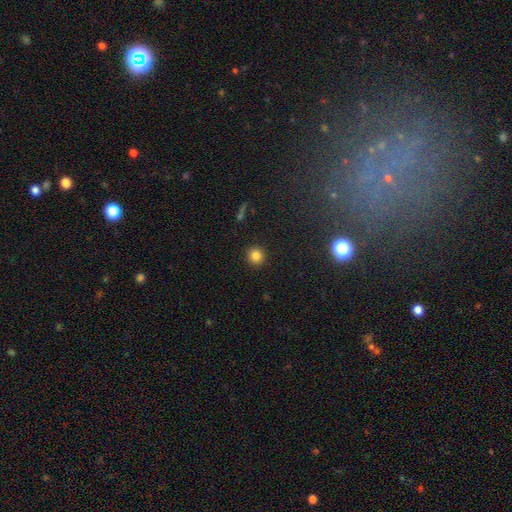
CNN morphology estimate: A smooth galaxy with no disk features (83%) that is round (93%).

Vote fractions:
- Smooth or featured? smooth: 83% / star or artifact: 12% / featured or disk: 5%
- How rounded? round: 93% / in between: 6% / cigar-shaped: 1%
- Merging? none: 92% / minor disturbance: 5% / major disturbance: 2% / merger: 1%